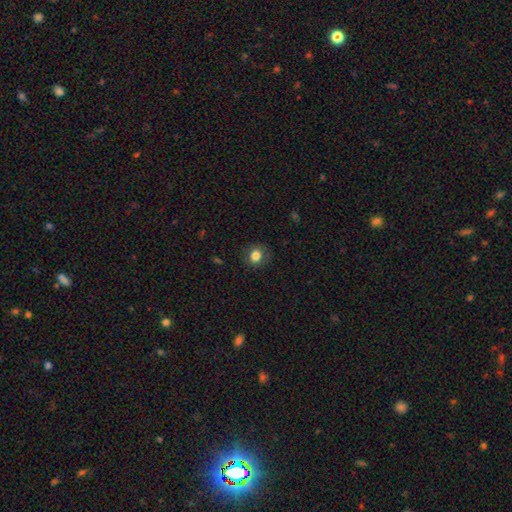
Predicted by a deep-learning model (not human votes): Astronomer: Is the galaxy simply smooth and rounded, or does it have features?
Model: smooth — 82%.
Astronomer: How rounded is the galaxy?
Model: round — 75%.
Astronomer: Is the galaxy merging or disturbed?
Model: none — 82%.